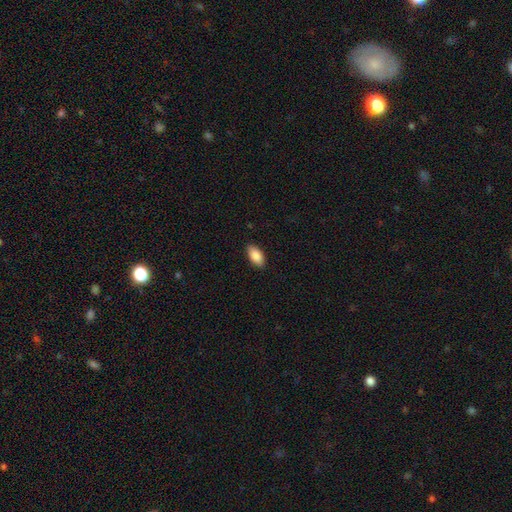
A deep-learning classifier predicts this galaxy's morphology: Smooth or featured? smooth (88%)
How rounded? in between (93%)
Merging? none (89%)